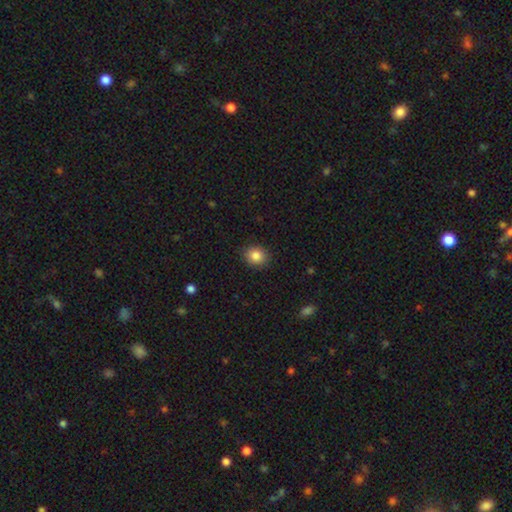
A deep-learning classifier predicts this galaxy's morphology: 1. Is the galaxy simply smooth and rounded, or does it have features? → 85% smooth, 9% star or artifact, 6% featured or disk.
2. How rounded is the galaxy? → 71% round, 29% in between, 1% cigar-shaped.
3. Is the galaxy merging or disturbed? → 90% none, 7% minor disturbance, 2% major disturbance, 1% merger.